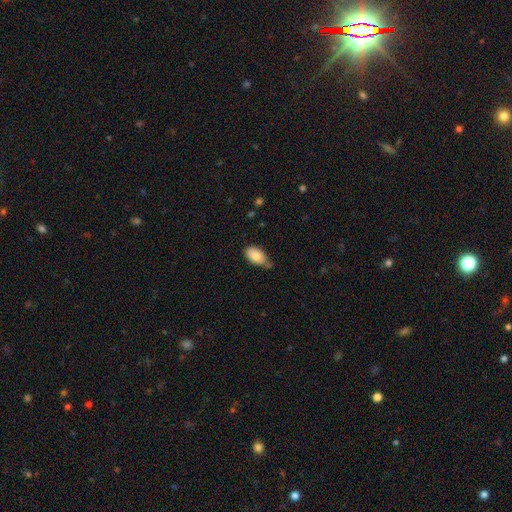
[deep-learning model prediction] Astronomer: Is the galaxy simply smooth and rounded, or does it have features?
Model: smooth — 83%.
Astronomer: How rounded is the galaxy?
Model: in between — 93%.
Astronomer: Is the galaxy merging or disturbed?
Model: none — 61%.